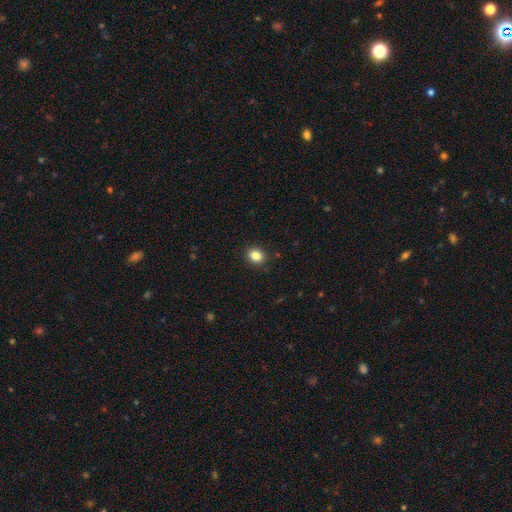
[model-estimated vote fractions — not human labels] Overall: smooth (84%). How rounded: round (63%; in between 36%). Merging: none (90%).